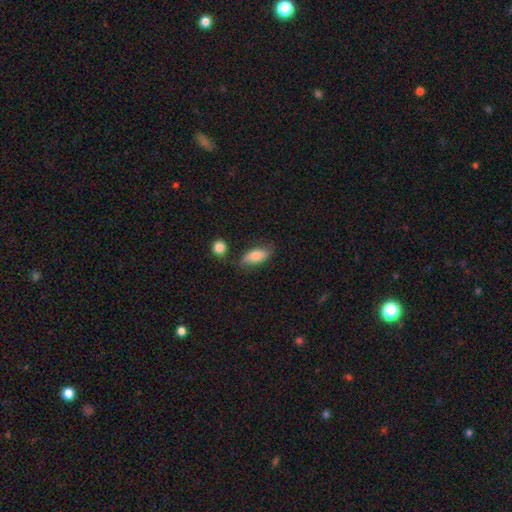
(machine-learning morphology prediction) Smooth or featured: smooth — 74% (featured or disk — 18%)
How rounded: in between — 85% (cigar-shaped — 11%)
Merging: none — 68% (minor disturbance — 21%)